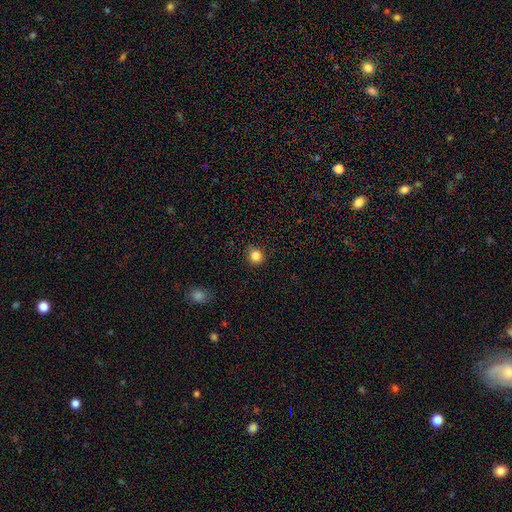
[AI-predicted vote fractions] Smooth or featured? Predicted: smooth (p=0.85). How rounded? Predicted: round (p=0.92). Merging? Predicted: none (p=0.91).